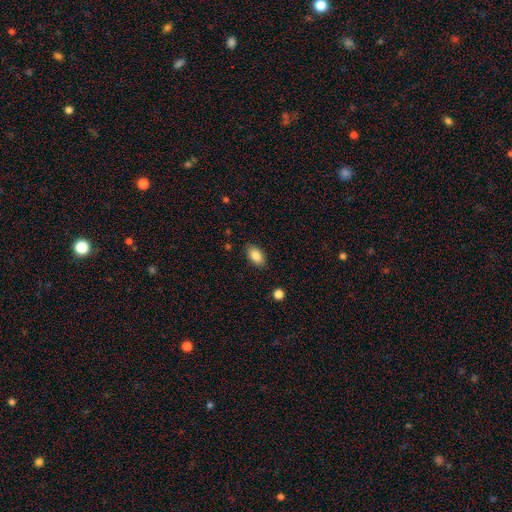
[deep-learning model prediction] Q: Smooth or featured?
A: smooth (86%); runner-up: star or artifact (8%)
Q: How rounded?
A: in between (91%); runner-up: round (7%)
Q: Merging?
A: none (86%); runner-up: minor disturbance (10%)